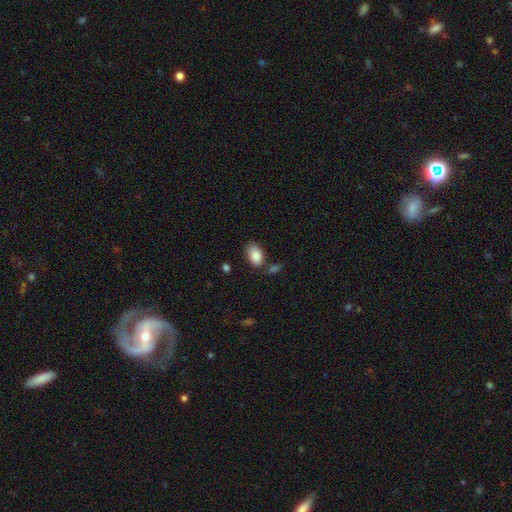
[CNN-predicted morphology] This appears to be a smooth galaxy with no disk features (87%) that is in between round and cigar-shaped (92%). Merging: none (70%).